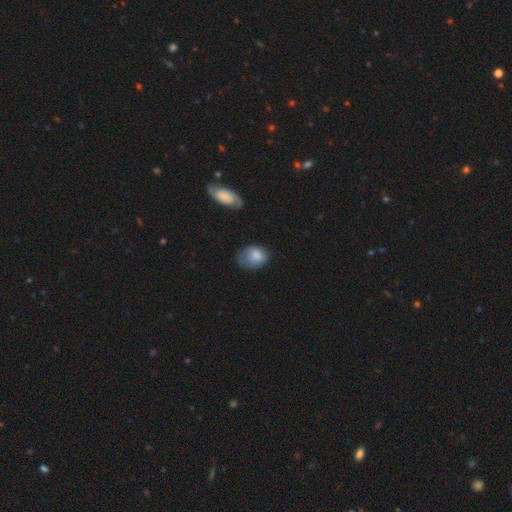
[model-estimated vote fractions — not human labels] The model was most divided on "merging": none: 51%, minor disturbance: 35%, major disturbance: 12%, merger: 2%. More confident: smooth or featured — smooth (79%); how rounded — in between (74%).